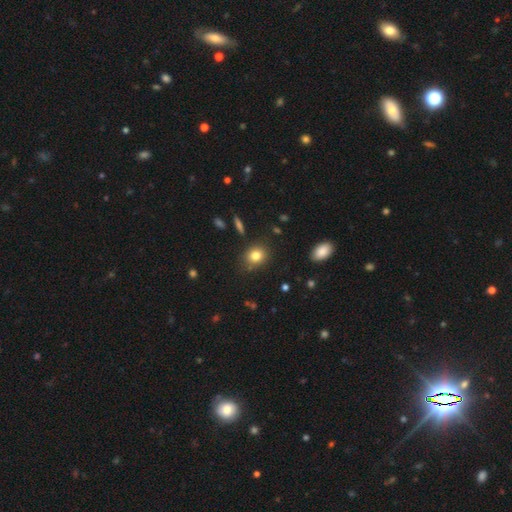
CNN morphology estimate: Overall: smooth (81%). How rounded: round (69%; in between 30%). Merging: none (82%).